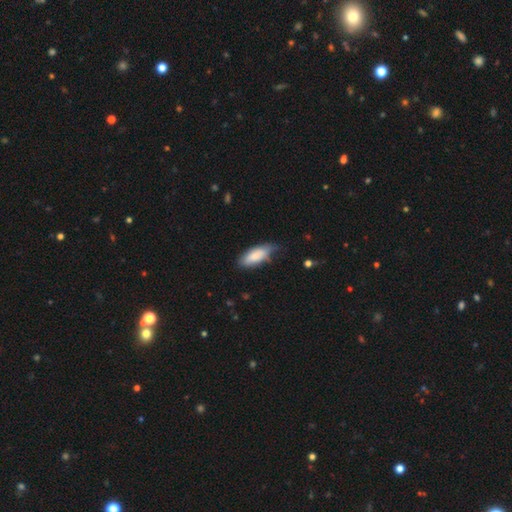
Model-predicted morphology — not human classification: Smooth or featured: smooth — 82% (featured or disk — 12%)
How rounded: in between — 77% (cigar-shaped — 22%)
Merging: none — 56% (minor disturbance — 35%)